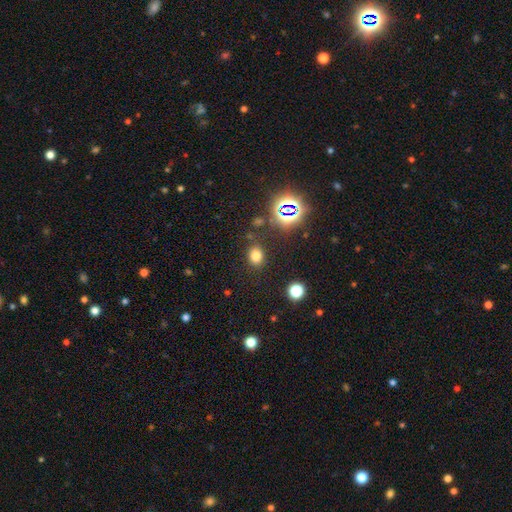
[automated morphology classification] Q: Smooth or featured?
A: smooth (72%); runner-up: star or artifact (21%)
Q: How rounded?
A: in between (50%); runner-up: round (49%)
Q: Merging?
A: none (82%); runner-up: minor disturbance (10%)